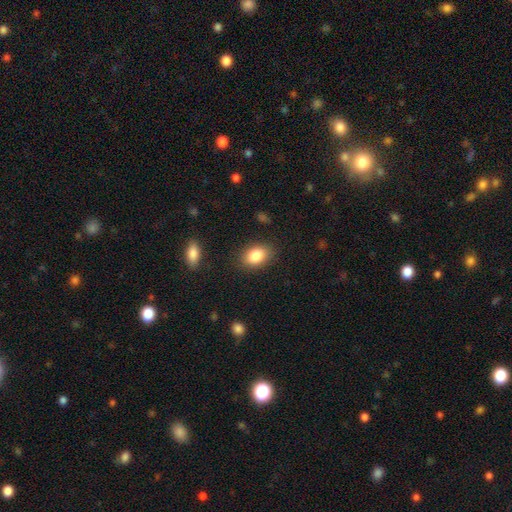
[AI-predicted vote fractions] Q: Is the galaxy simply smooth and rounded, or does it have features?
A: smooth — 85%.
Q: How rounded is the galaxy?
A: in between — 81%.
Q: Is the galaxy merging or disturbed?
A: none — 84%.